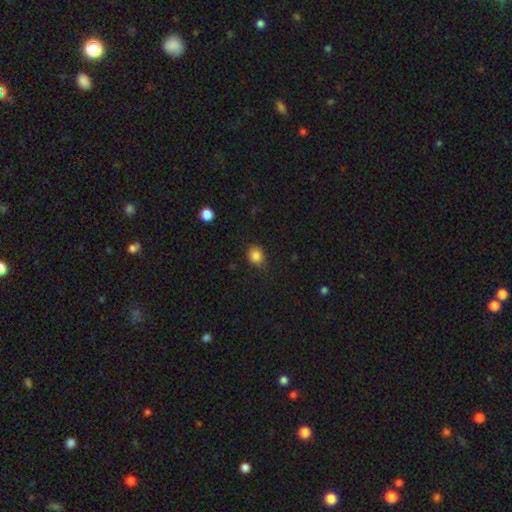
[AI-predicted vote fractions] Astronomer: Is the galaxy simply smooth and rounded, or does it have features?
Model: smooth — 84%.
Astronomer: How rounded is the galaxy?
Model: round — 67%.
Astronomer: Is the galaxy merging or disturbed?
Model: none — 78%.